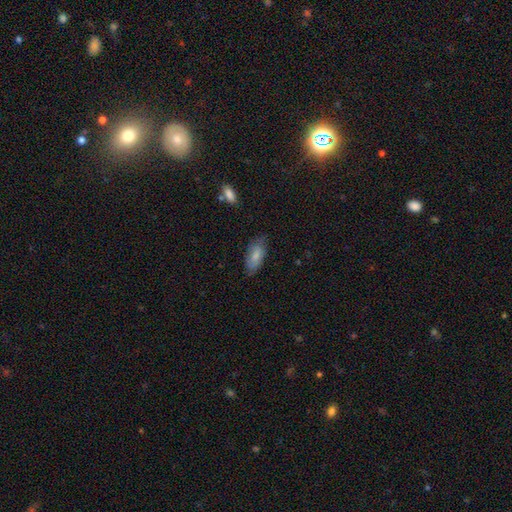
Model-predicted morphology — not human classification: Smooth or featured?
  - smooth: 74% *
  - featured or disk: 20%
  - star or artifact: 6%
How rounded?
  - in between: 88% *
  - cigar-shaped: 9%
  - round: 2%
Merging?
  - none: 68% *
  - minor disturbance: 25%
  - major disturbance: 6%
  - merger: 1%